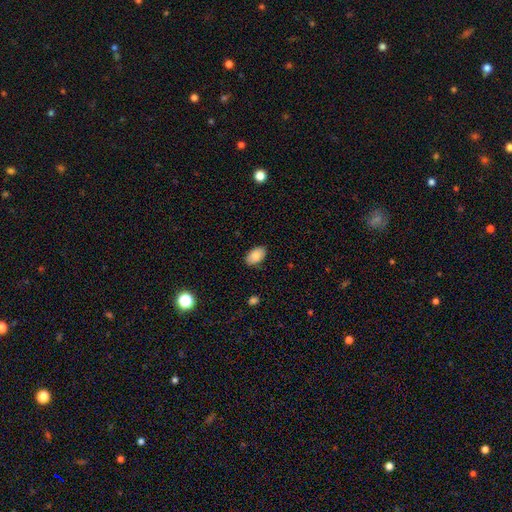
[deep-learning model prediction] smooth-or-featured: smooth: 83% | featured or disk: 10% | star or artifact: 7%
  how-rounded: in between: 92% | round: 7% | cigar-shaped: 1%
  merging: none: 86% | minor disturbance: 11% | major disturbance: 2% | merger: 1%